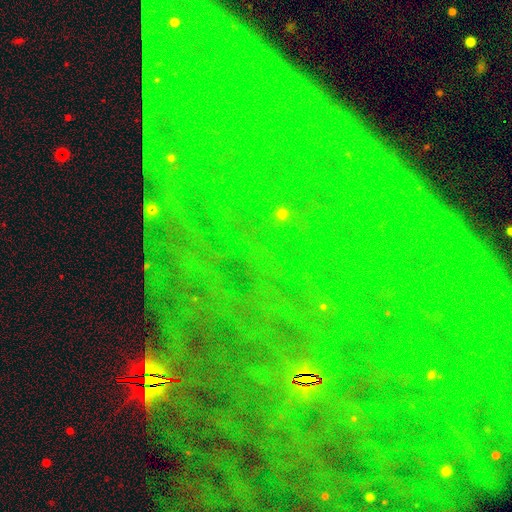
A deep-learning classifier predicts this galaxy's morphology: Smooth or featured?
  - star or artifact: 85% *
  - featured or disk: 8%
  - smooth: 7%